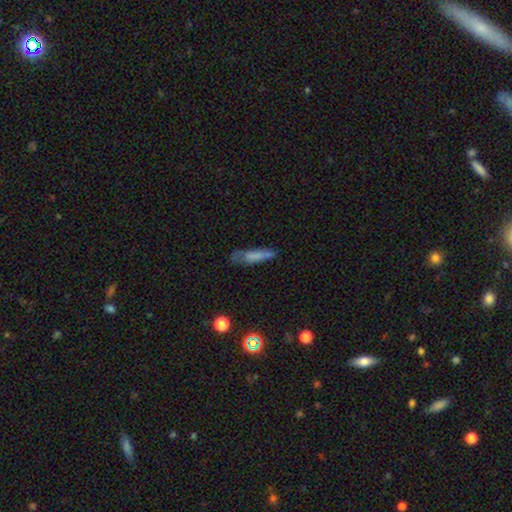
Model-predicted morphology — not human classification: Q: Smooth or featured?
A: smooth (66%); runner-up: featured or disk (23%)
Q: How rounded?
A: cigar-shaped (76%); runner-up: in between (22%)
Q: Merging?
A: none (52%); runner-up: minor disturbance (29%)